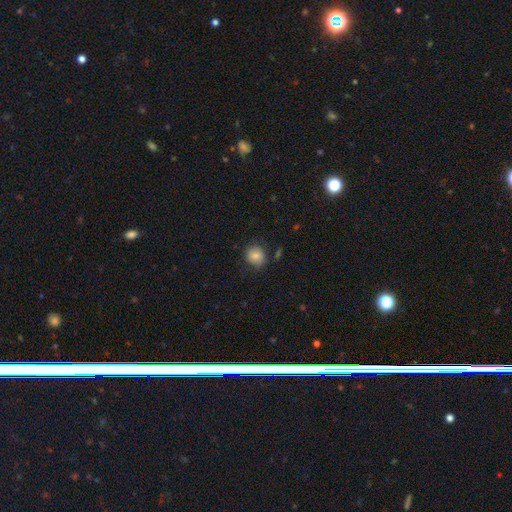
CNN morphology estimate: This is clearly a smooth galaxy (82%). How rounded: likely round (74%). Merging: likely none (77%).